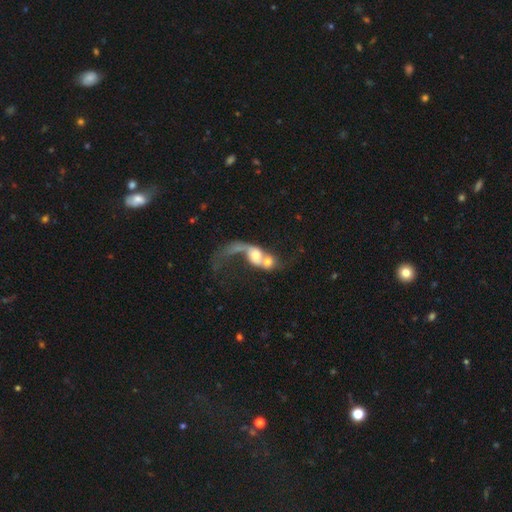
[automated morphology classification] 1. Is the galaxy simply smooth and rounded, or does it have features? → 52% featured or disk, 39% smooth, 9% star or artifact.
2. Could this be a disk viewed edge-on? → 93% no, 7% yes.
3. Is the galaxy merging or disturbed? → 74% merger, 15% major disturbance, 7% none, 4% minor disturbance.